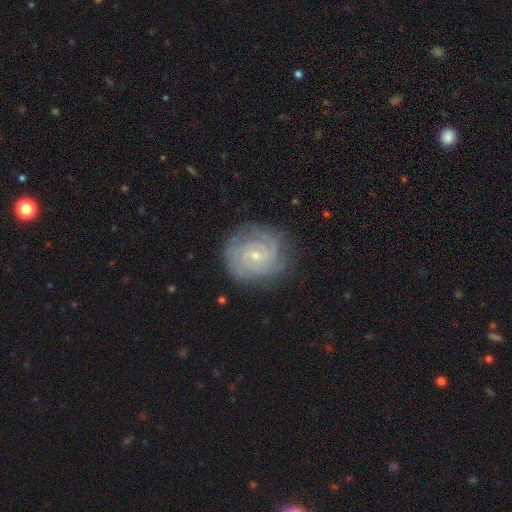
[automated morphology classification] This is clearly a featured or disk galaxy (85%). It is clearly not viewed edge-on (98%). Bar: possibly no (56%). Spiral arm pattern: clearly yes (97%). Spiral arm count: marginally 2 (30%). Spiral winding: likely tight (76%). Central bulge: likely small (75%). Merging: clearly none (82%).